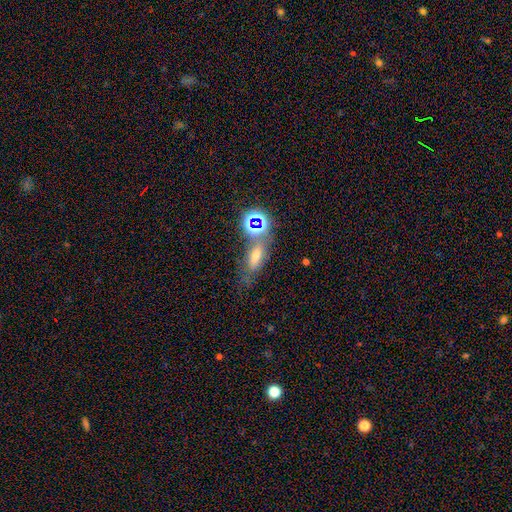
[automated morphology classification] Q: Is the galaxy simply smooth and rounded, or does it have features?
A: smooth — 45%.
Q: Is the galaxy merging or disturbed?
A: none — 54%.